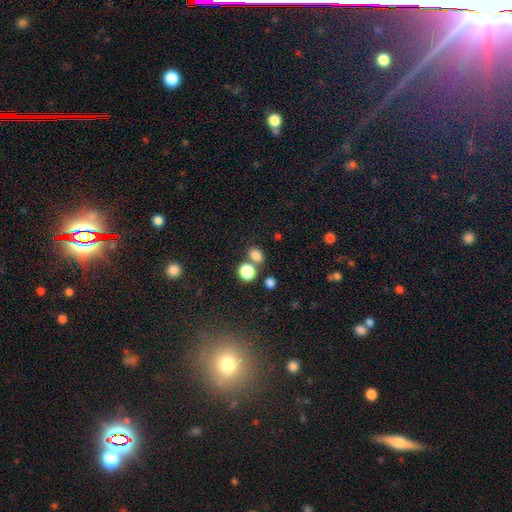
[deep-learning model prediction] Smooth or featured?
  - smooth: 81% *
  - star or artifact: 13%
  - featured or disk: 6%
How rounded?
  - in between: 59% *
  - round: 39%
  - cigar-shaped: 1%
Merging?
  - none: 57% *
  - merger: 29%
  - minor disturbance: 10%
  - major disturbance: 4%